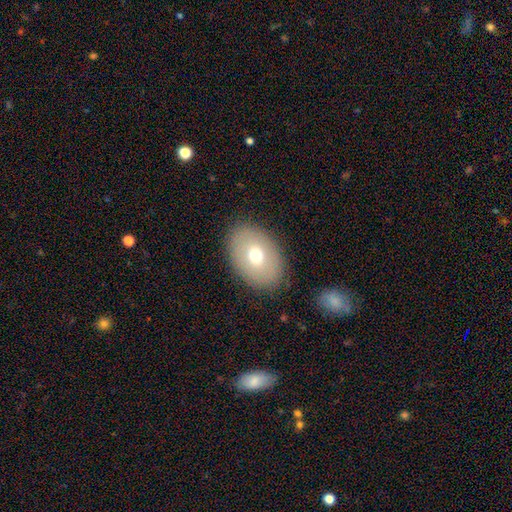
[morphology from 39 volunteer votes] Smooth or featured?
  - smooth: 72% *
  - featured or disk: 18%
  - star or artifact: 10%
How rounded?
  - in between: 86% *
  - round: 14%
  - cigar-shaped: 0%
Merging?
  - none: 89% *
  - minor disturbance: 9%
  - major disturbance: 3%
  - merger: 0%